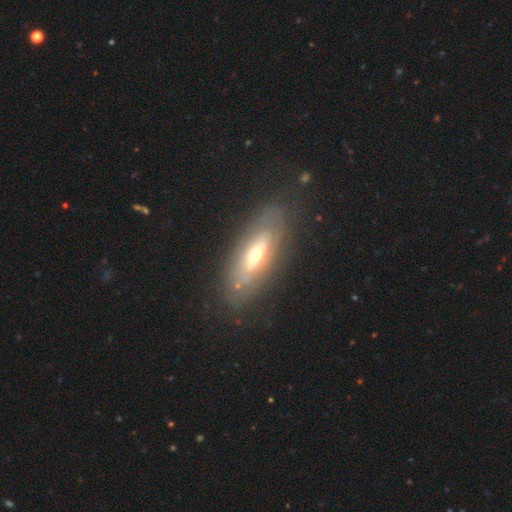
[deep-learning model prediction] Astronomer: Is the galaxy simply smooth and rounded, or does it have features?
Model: featured or disk — 63%.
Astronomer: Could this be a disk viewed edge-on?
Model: no — 64%.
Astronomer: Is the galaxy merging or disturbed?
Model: none — 78%.